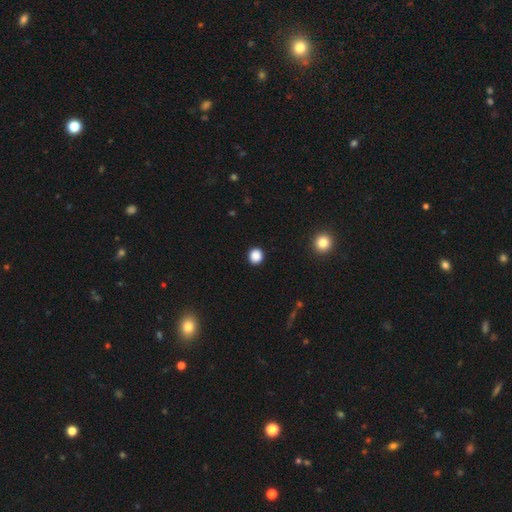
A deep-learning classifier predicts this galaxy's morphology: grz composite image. It shows a smooth galaxy with no disk features (87%) that is round (88%). Merging: none (92%).